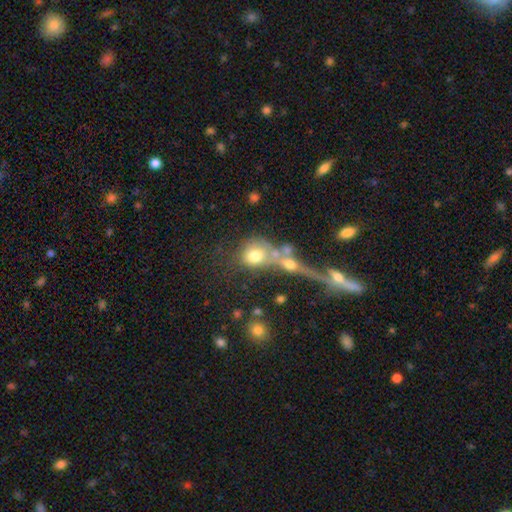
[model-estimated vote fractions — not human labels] smooth_or_featured: smooth (p=0.64) [alt: featured or disk p=0.22]
how_rounded: round (p=0.63) [alt: in between p=0.33]
merging: merger (p=0.42) [alt: none p=0.35]